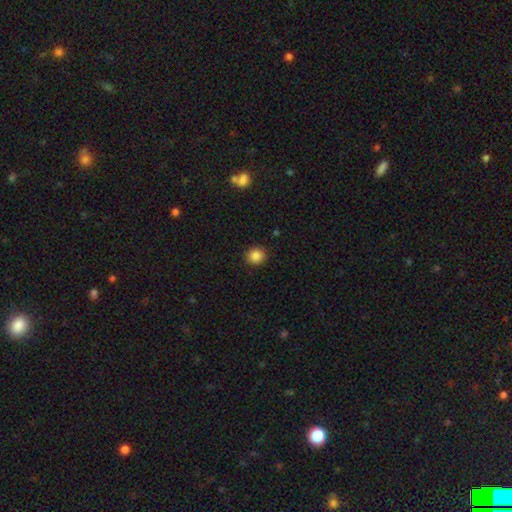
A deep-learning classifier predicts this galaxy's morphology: A smooth galaxy with no disk features (86%) that is round (90%).

Vote fractions:
- Smooth or featured? smooth: 86% / star or artifact: 10% / featured or disk: 3%
- How rounded? round: 90% / in between: 9% / cigar-shaped: 1%
- Merging? none: 91% / minor disturbance: 6% / major disturbance: 2% / merger: 1%